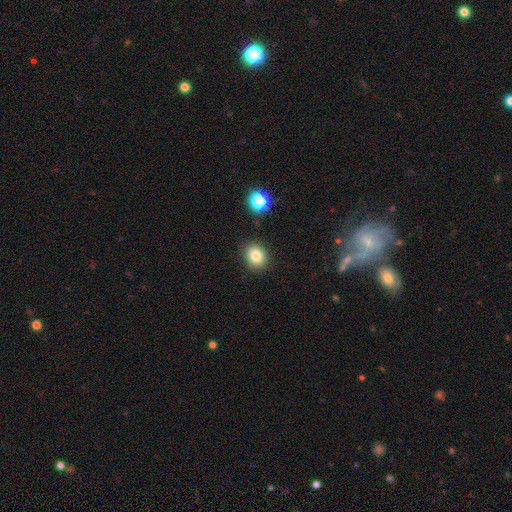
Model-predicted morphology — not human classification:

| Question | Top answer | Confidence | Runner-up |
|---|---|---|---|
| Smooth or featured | smooth | 82% | star or artifact (11%) |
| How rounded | round | 64% | in between (35%) |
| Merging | none | 87% | minor disturbance (8%) |